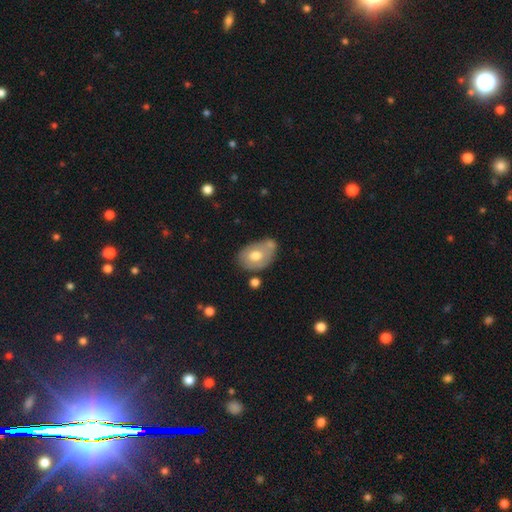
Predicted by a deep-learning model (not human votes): A smooth galaxy with no disk features (61%) that is in between round and cigar-shaped (81%). Merging: none (46%).